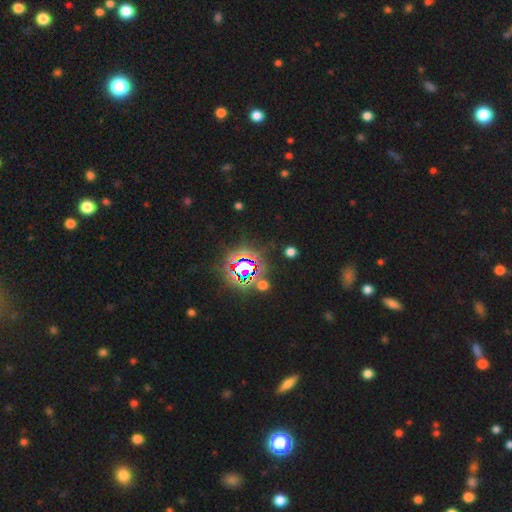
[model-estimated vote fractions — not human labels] Smooth or featured?
  - star or artifact: 78% *
  - smooth: 13%
  - featured or disk: 8%